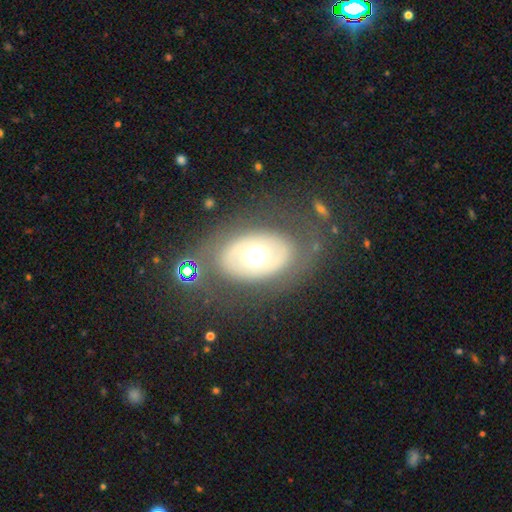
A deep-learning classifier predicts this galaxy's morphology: This appears to be a featured or disk galaxy (54%). Merging: none (74%).